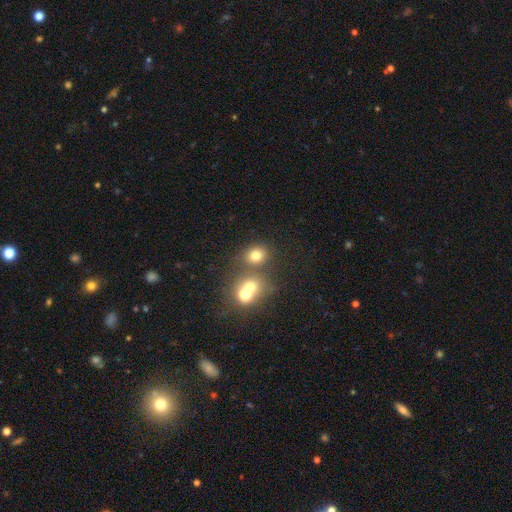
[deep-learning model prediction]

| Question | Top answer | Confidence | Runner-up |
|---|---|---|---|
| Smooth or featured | smooth | 71% | star or artifact (18%) |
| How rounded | round | 71% | in between (28%) |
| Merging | none | 59% | merger (27%) |